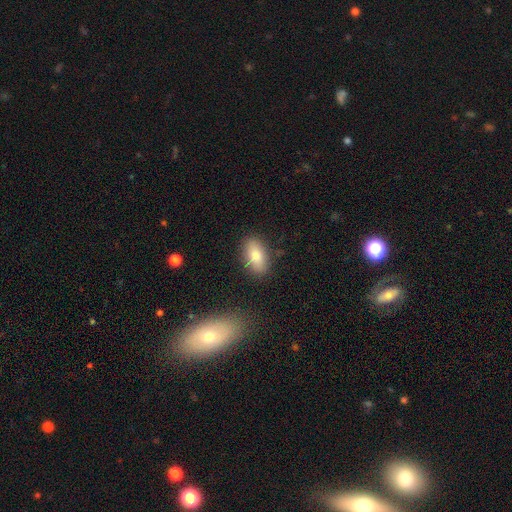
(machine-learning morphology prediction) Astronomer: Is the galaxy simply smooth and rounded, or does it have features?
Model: smooth — 80%.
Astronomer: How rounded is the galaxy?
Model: in between — 90%.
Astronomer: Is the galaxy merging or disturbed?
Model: none — 84%.